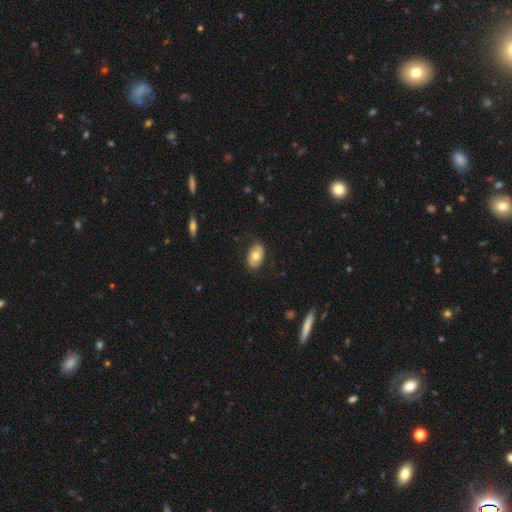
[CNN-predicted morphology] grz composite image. It shows a smooth galaxy with no disk features (66%) that is in between round and cigar-shaped (89%). Merging: none (81%).